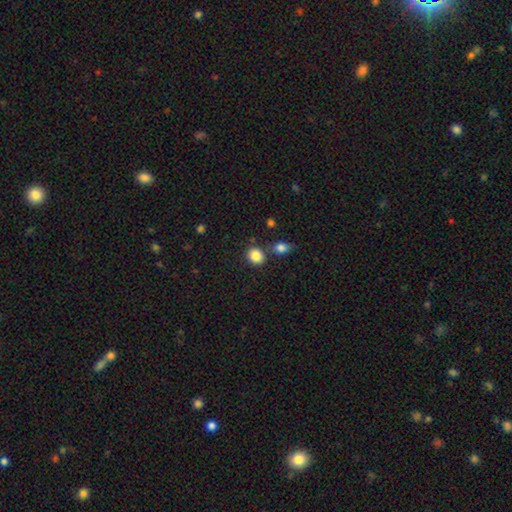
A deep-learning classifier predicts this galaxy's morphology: Q: Smooth or featured?
A: smooth (86%); runner-up: star or artifact (9%)
Q: How rounded?
A: round (74%); runner-up: in between (25%)
Q: Merging?
A: none (76%); runner-up: merger (12%)